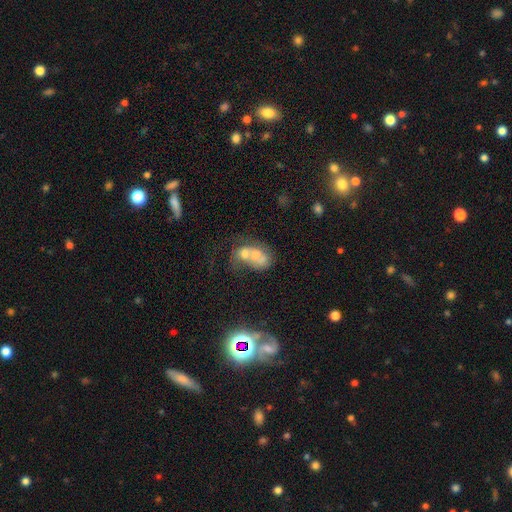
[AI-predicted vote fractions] A smooth galaxy with no disk features (50%) that is in between round and cigar-shaped (72%). Merging: merger (69%).